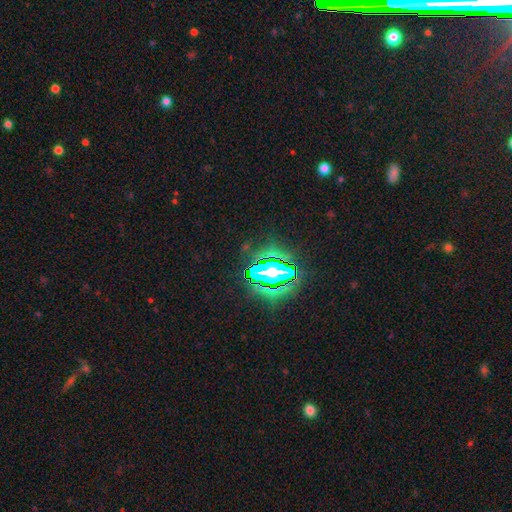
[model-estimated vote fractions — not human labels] A star or artifact, not a galaxy (82%).

Vote fractions:
- Smooth or featured? star or artifact: 82% / smooth: 11% / featured or disk: 6%